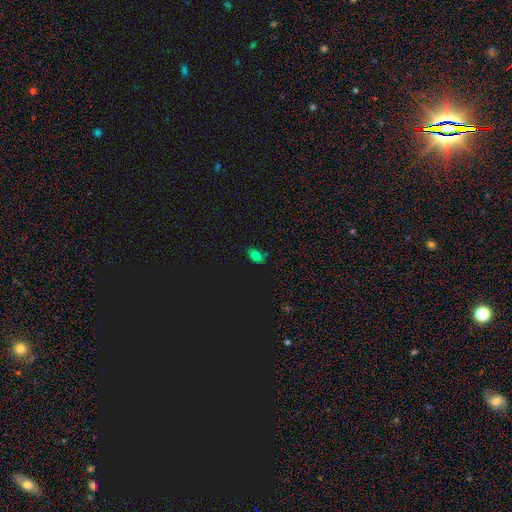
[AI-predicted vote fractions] Smooth or featured?
  - smooth: 71% *
  - star or artifact: 21%
  - featured or disk: 8%
How rounded?
  - in between: 85% *
  - round: 13%
  - cigar-shaped: 2%
Merging?
  - none: 74% *
  - minor disturbance: 18%
  - major disturbance: 4%
  - merger: 4%